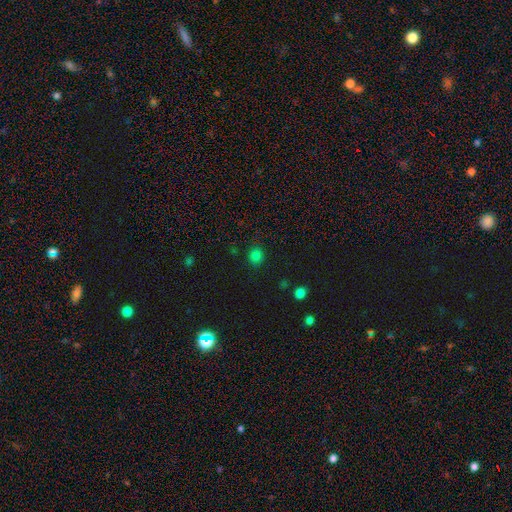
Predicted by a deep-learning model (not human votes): This is likely a smooth galaxy (79%). How rounded: likely round (71%). Merging: clearly none (86%).